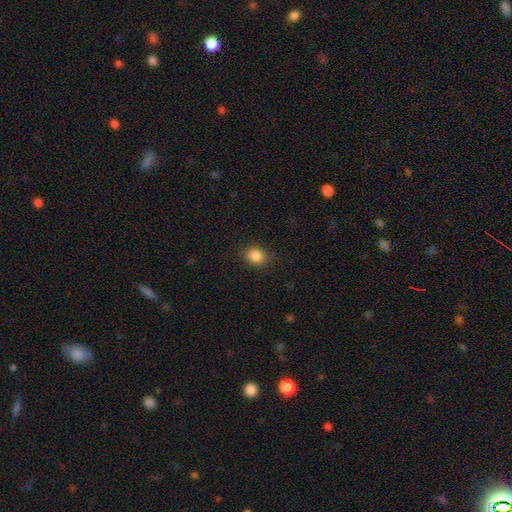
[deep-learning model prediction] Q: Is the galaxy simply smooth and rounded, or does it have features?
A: smooth — 85%.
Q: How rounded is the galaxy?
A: round — 52%.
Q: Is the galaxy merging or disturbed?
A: none — 87%.